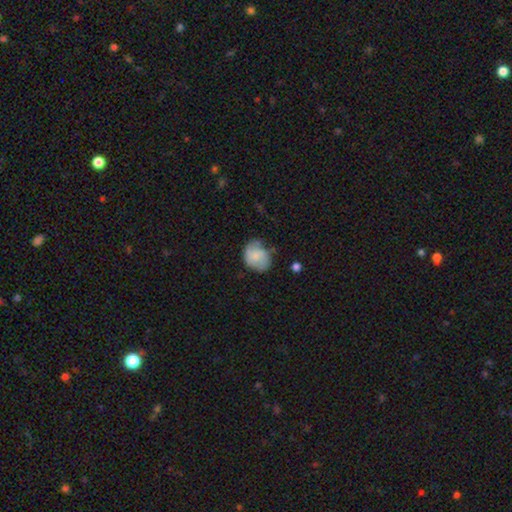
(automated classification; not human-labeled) A smooth galaxy with no disk features (65%) that is round (54%).

Vote fractions:
- Smooth or featured? smooth: 65% / featured or disk: 27% / star or artifact: 8%
- How rounded? round: 54% / in between: 45% / cigar-shaped: 1%
- Merging? none: 51% / minor disturbance: 32% / major disturbance: 13% / merger: 3%